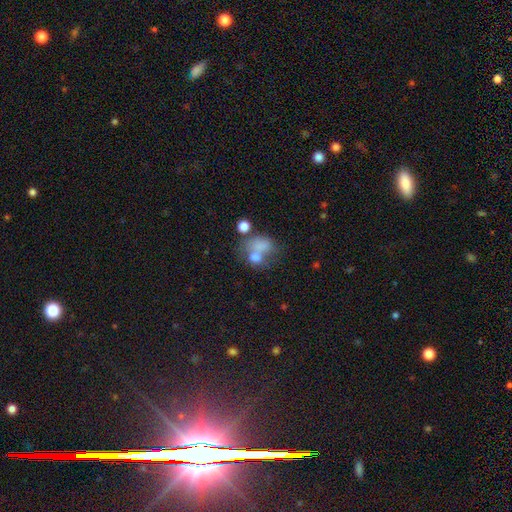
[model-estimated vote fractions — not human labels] A smooth galaxy with no disk features (62%) that is in between round and cigar-shaped (58%).

Vote fractions:
- Smooth or featured? smooth: 62% / featured or disk: 23% / star or artifact: 15%
- How rounded? in between: 58% / round: 40% / cigar-shaped: 1%
- Merging? merger: 46% / none: 24% / major disturbance: 17% / minor disturbance: 13%